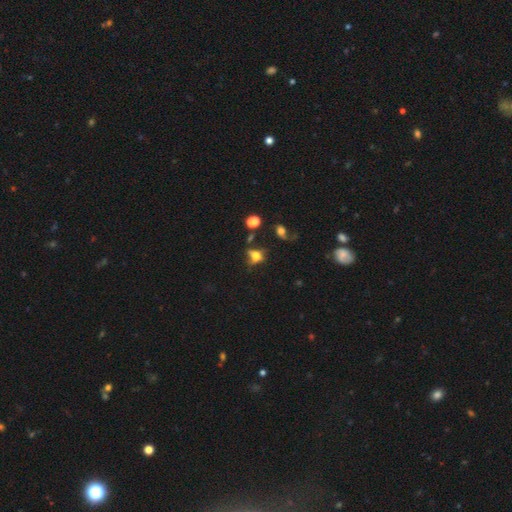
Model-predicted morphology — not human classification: Overall: smooth (61%). How rounded: in between (53%; round 44%). Merging: none (40%; major disturbance 25%).